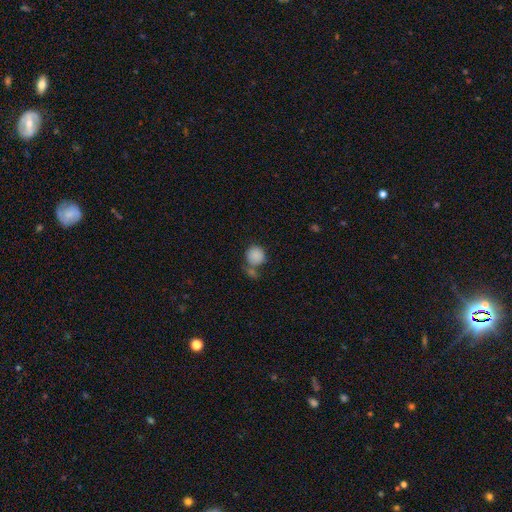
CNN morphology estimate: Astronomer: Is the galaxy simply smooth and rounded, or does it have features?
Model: smooth — 86%.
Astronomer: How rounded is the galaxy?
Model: round — 89%.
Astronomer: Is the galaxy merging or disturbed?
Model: none — 53%.